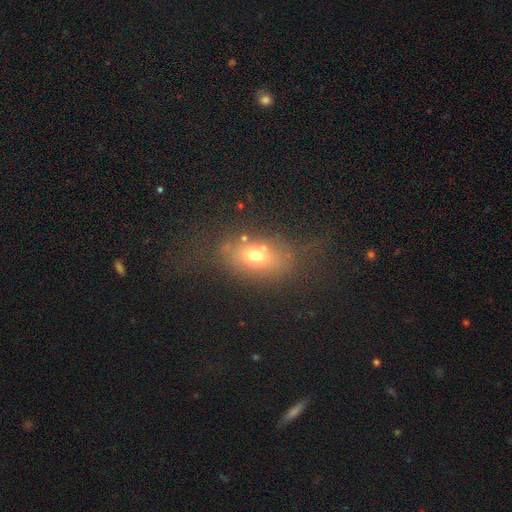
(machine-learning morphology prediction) Q: Smooth or featured?
A: smooth (67%); runner-up: featured or disk (18%)
Q: How rounded?
A: in between (73%); runner-up: round (24%)
Q: Merging?
A: none (60%); runner-up: minor disturbance (18%)